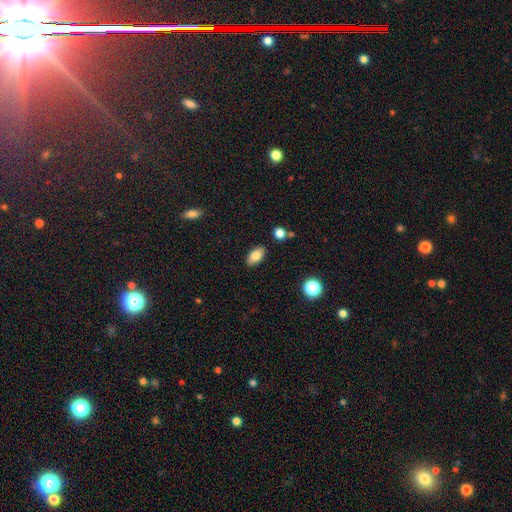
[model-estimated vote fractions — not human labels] smooth-or-featured: smooth: 79% | featured or disk: 13% | star or artifact: 8%
  how-rounded: in between: 91% | round: 5% | cigar-shaped: 4%
  merging: none: 88% | minor disturbance: 9% | major disturbance: 2% | merger: 2%